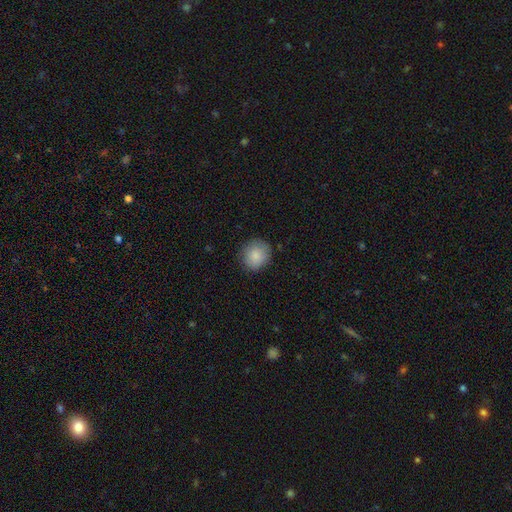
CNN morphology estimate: Q: Smooth or featured?
A: smooth (87%); runner-up: star or artifact (7%)
Q: How rounded?
A: round (83%); runner-up: in between (16%)
Q: Merging?
A: none (83%); runner-up: minor disturbance (13%)